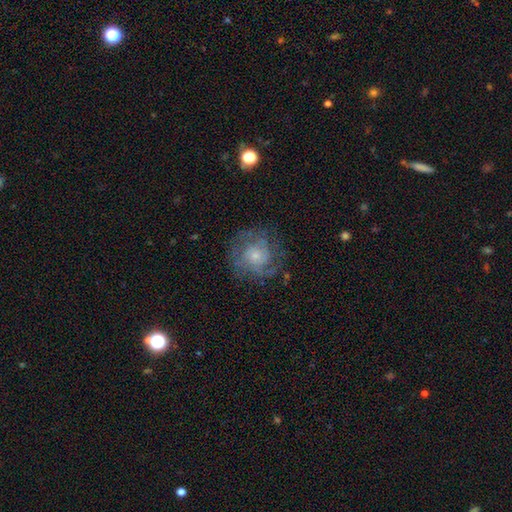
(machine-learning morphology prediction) Q: Smooth or featured?
A: featured or disk (67%); runner-up: smooth (25%)
Q: Edge-on disk?
A: no (98%); runner-up: yes (2%)
Q: Bar?
A: no (81%); runner-up: weak (16%)
Q: Spiral arms?
A: yes (84%); runner-up: no (16%)
Q: Spiral winding?
A: tight (53%); runner-up: medium (34%)
Q: Spiral arm count?
A: can't tell (41%); runner-up: 2 (23%)
Q: Bulge size?
A: small (60%); runner-up: moderate (29%)
Q: Merging?
A: none (69%); runner-up: minor disturbance (17%)